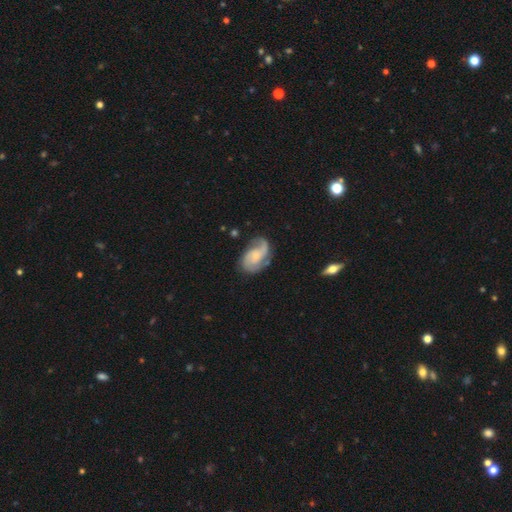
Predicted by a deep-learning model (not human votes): A featured or disk galaxy (81%) with no bar (59%), 2 (77%) medium (48%) spiral arms (96%) and a small central bulge (55%).

Vote fractions:
- Smooth or featured? featured or disk: 81% / smooth: 14% / star or artifact: 5%
- Edge-on disk? no: 97% / yes: 3%
- Bar? no: 59% / weak: 35% / strong: 6%
- Spiral arms? yes: 96% / no: 4%
- Spiral winding? medium: 48% / loose: 26% / tight: 26%
- Spiral arm count? 2: 77% / can't tell: 7% / 1: 7% / 3: 6% / 4: 2% / more than 4: 1%
- Bulge size? small: 55% / moderate: 28% / none: 12% / large: 3% / dominant: 1%
- Merging? none: 64% / minor disturbance: 22% / major disturbance: 11% / merger: 3%